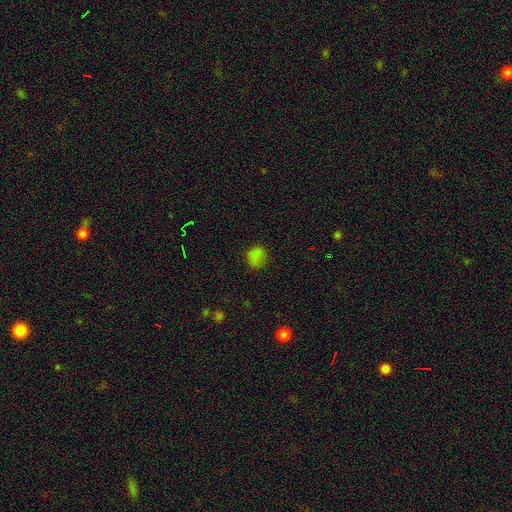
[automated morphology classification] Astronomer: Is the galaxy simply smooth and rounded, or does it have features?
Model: smooth — 74%.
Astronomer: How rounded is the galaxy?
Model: round — 60% (runner-up: in between, 39%).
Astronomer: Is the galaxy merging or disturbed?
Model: none — 77%.